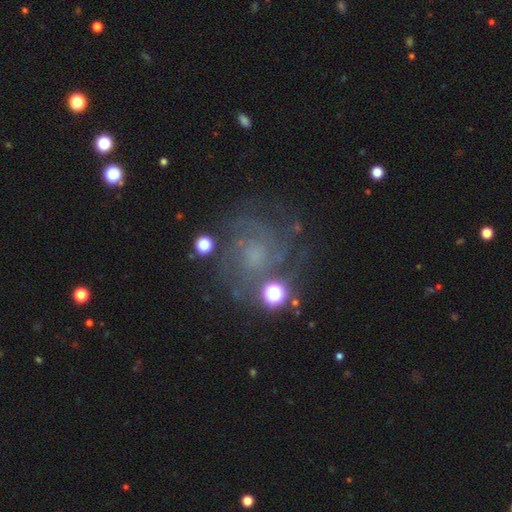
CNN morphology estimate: Smooth or featured? Predicted: featured or disk (p=0.66). Edge-on disk? Predicted: no (p=0.98). Bar? Predicted: no (p=0.78). Spiral arms? Predicted: yes (p=0.86). Spiral winding? Predicted: tight (p=0.57). Spiral arm count? Predicted: can't tell (p=0.44). Bulge size? Predicted: small (p=0.38). Merging? Predicted: none (p=0.65).